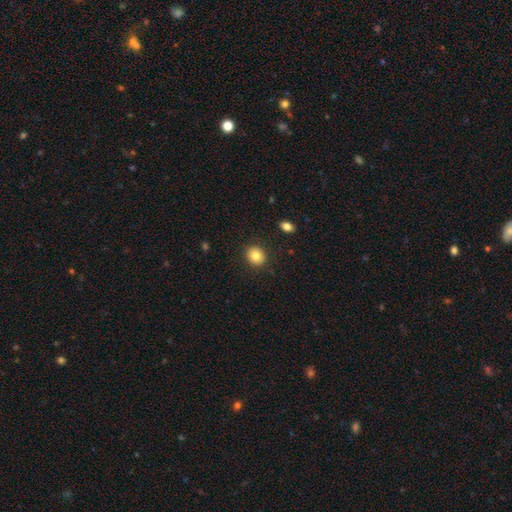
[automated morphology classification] Smooth or featured? smooth (83%)
How rounded? round (72%)
Merging? none (89%)